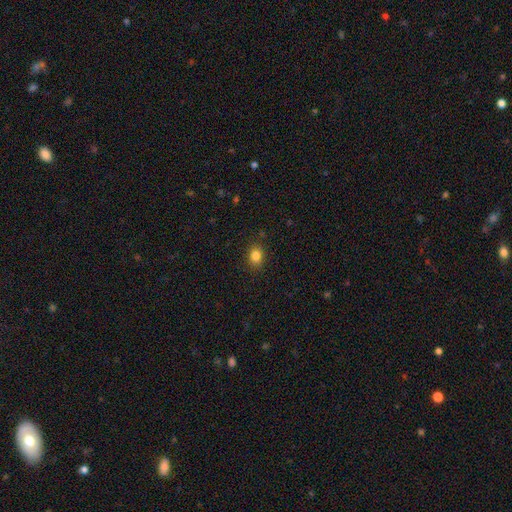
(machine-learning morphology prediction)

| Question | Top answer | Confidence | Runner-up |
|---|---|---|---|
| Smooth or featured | smooth | 83% | star or artifact (11%) |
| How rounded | in between | 52% | round (47%) |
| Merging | none | 87% | minor disturbance (9%) |